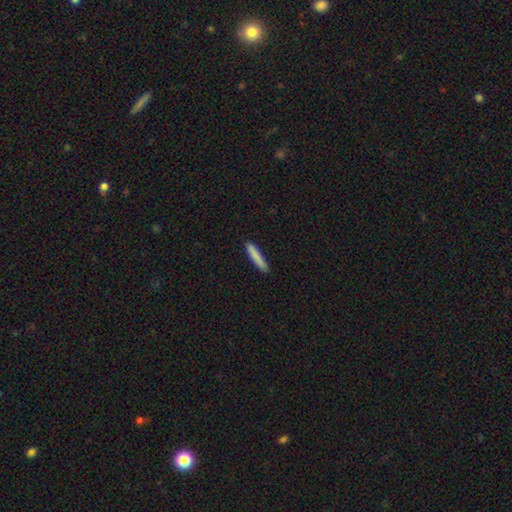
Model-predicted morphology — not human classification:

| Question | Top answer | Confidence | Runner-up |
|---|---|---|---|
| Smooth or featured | smooth | 85% | featured or disk (9%) |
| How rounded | cigar-shaped | 93% | in between (5%) |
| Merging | none | 89% | minor disturbance (9%) |